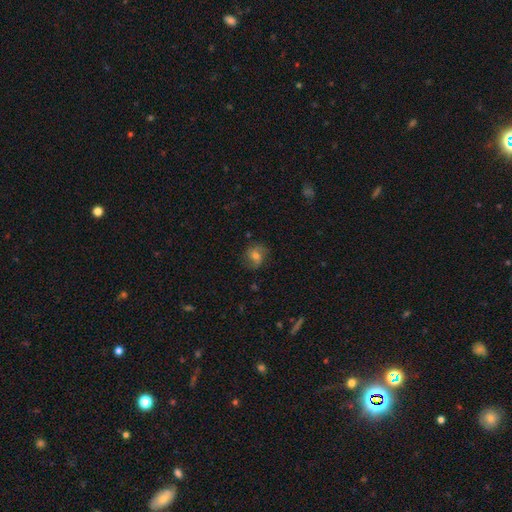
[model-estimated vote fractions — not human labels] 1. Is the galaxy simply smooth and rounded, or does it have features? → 54% smooth, 34% featured or disk, 12% star or artifact.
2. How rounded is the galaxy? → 67% round, 32% in between, 1% cigar-shaped.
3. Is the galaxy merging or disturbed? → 71% none, 20% minor disturbance, 8% major disturbance, 1% merger.